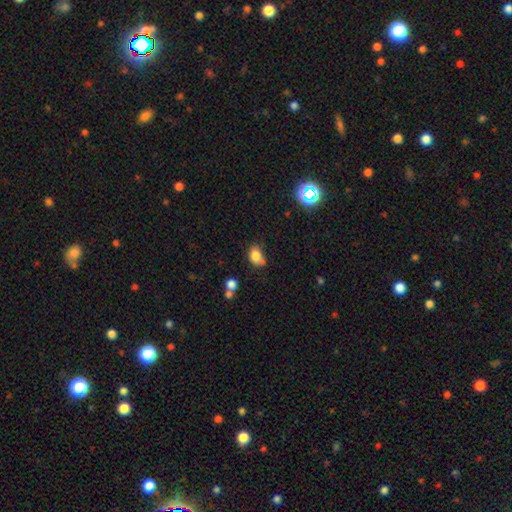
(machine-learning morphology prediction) smooth_or_featured: smooth (p=0.79) [alt: star or artifact p=0.12]
how_rounded: in between (p=0.68) [alt: round p=0.30]
merging: none (p=0.53) [alt: minor disturbance p=0.22]